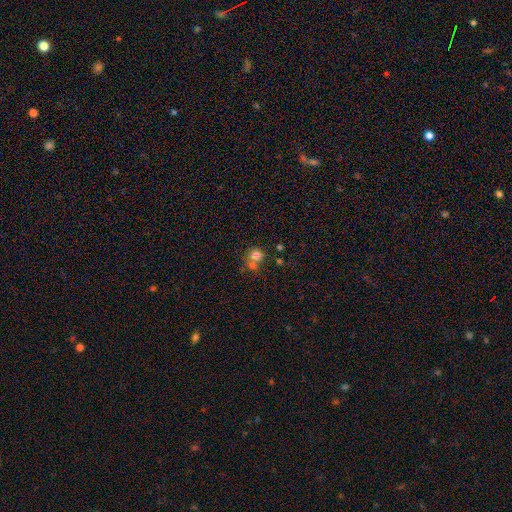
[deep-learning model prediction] This is likely a smooth galaxy (78%). How rounded: clearly round (86%). Merging: possibly none (48%).